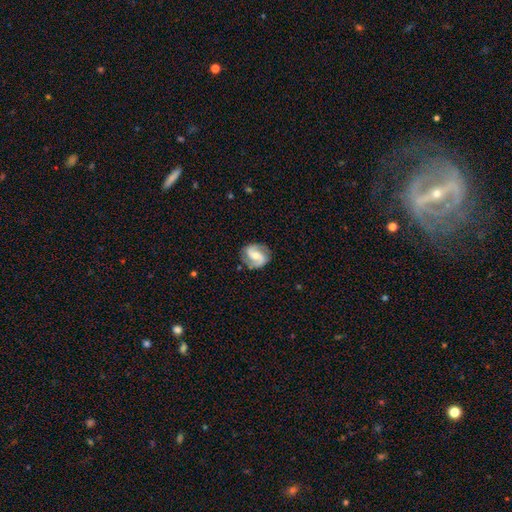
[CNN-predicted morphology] A featured or disk galaxy (83%) with a weak bar (43%), 2 (92%) medium (51%) spiral arms (96%) and a moderate central bulge (57%). Merging: none (83%).